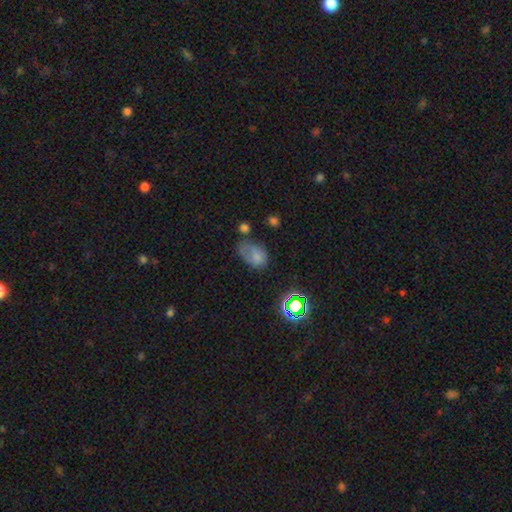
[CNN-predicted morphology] Smooth or featured: smooth — 65% (star or artifact — 18%)
How rounded: in between — 80% (round — 19%)
Merging: none — 33% (minor disturbance — 32%)